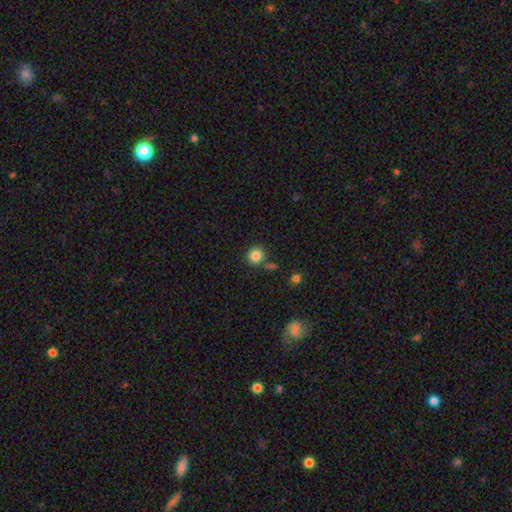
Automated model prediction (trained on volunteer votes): The model was most divided on "merging": none: 77%, minor disturbance: 10%, merger: 10%, major disturbance: 3%. More confident: how rounded — round (88%); smooth or featured — smooth (85%).